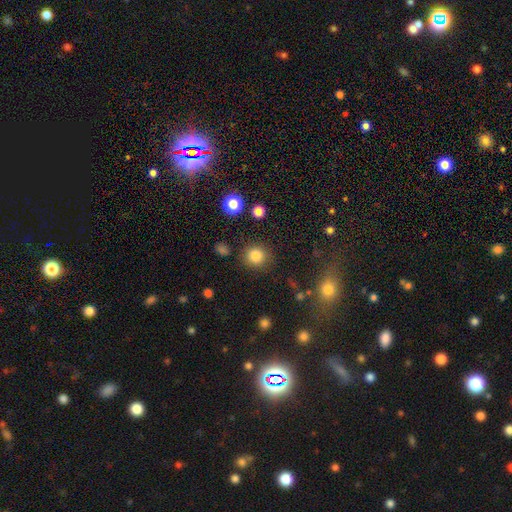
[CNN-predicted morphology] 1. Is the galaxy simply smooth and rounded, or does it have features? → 83% smooth, 11% star or artifact, 5% featured or disk.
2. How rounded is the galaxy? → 90% round, 9% in between, 1% cigar-shaped.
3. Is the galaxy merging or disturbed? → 86% none, 8% minor disturbance, 3% major disturbance, 3% merger.